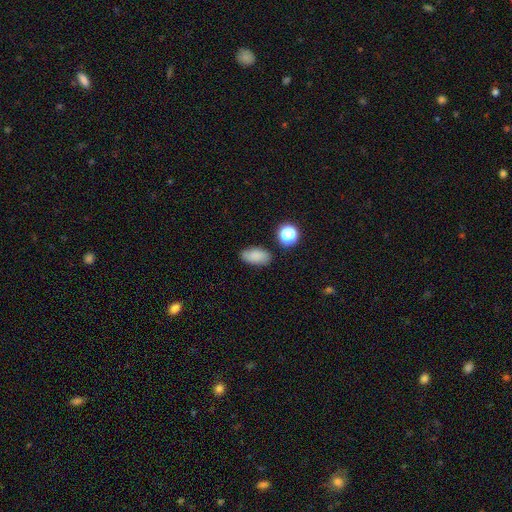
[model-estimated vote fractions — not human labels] Q: Smooth or featured?
A: smooth (82%); runner-up: star or artifact (11%)
Q: How rounded?
A: in between (90%); runner-up: round (7%)
Q: Merging?
A: none (79%); runner-up: minor disturbance (14%)